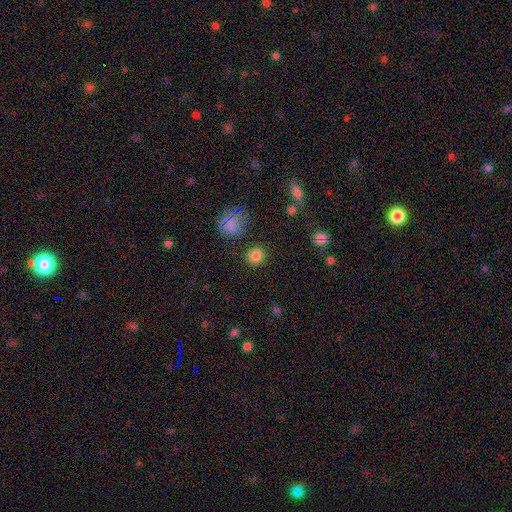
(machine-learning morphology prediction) Smooth or featured? smooth (81%)
How rounded? round (89%)
Merging? none (88%)